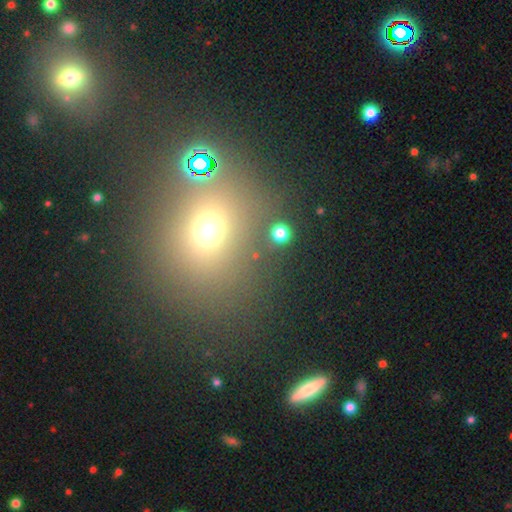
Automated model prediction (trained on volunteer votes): Overall: smooth (63%; star or artifact 28%). How rounded: round (67%; in between 31%). Merging: none (76%).